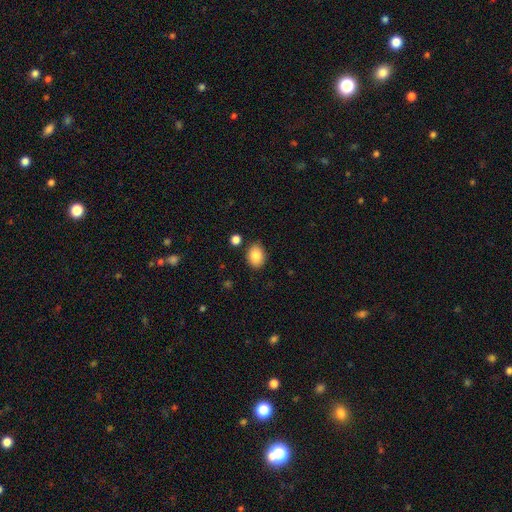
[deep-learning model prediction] Morphology: type=smooth (85%); roundness=in between (64%); merging=none (84%).